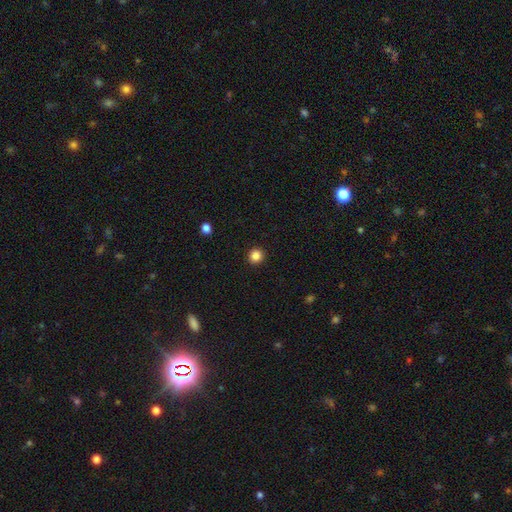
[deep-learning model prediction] Morphology: type=smooth (85%); roundness=round (94%); merging=none (93%).